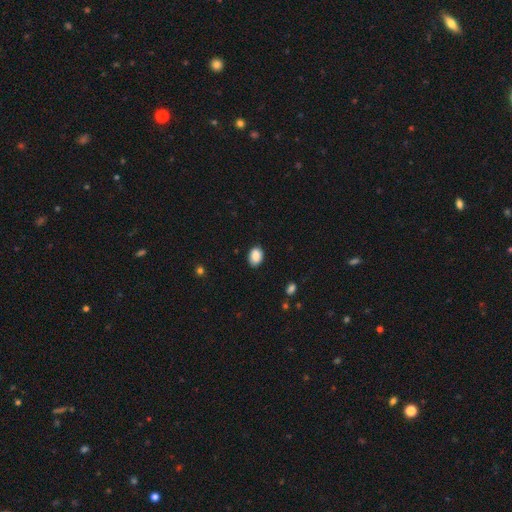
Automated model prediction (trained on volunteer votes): This is clearly a smooth galaxy (89%). How rounded: likely in between (74%). Merging: clearly none (84%).